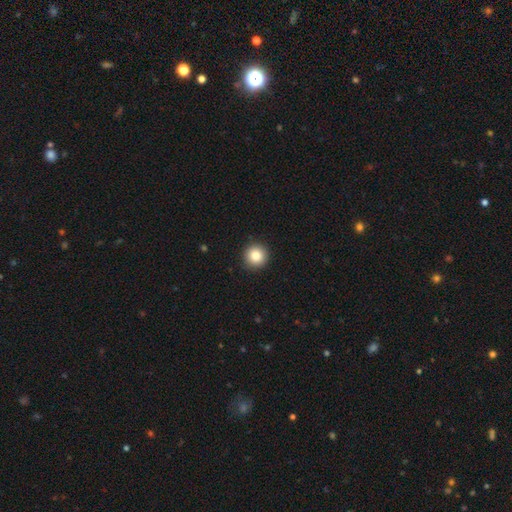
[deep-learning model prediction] Overall: smooth (84%). How rounded: round (95%). Merging: none (92%).